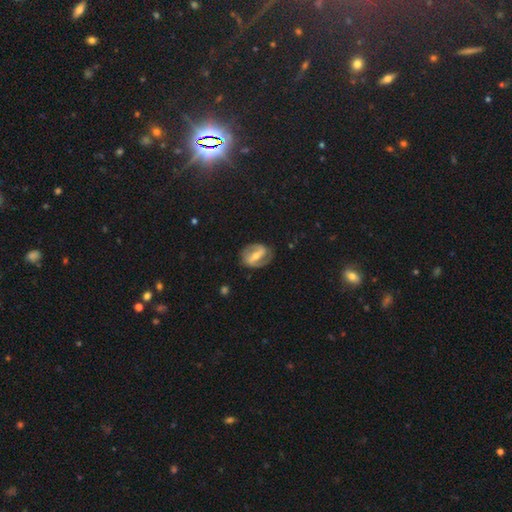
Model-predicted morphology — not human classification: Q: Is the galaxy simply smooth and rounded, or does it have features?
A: featured or disk — 76%.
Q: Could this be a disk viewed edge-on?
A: no — 95%.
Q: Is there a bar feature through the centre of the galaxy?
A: strong — 65%.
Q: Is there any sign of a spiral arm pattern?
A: yes — 80%.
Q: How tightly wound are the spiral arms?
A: medium — 42%.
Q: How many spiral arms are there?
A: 2 — 81%.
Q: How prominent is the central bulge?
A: moderate — 48%.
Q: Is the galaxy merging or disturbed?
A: none — 75%.